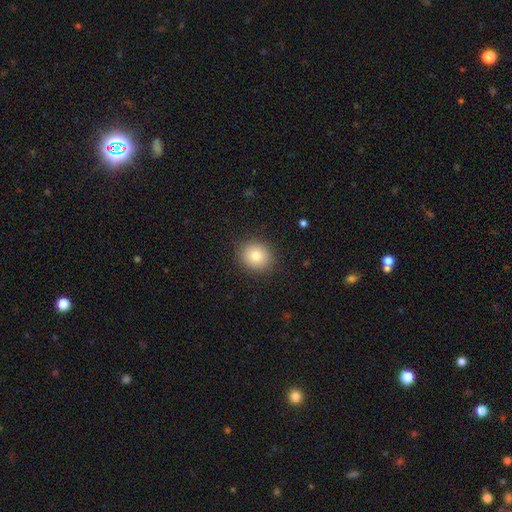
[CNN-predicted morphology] This appears to be a smooth galaxy with no disk features (83%) that is round (81%). Merging: none (90%).